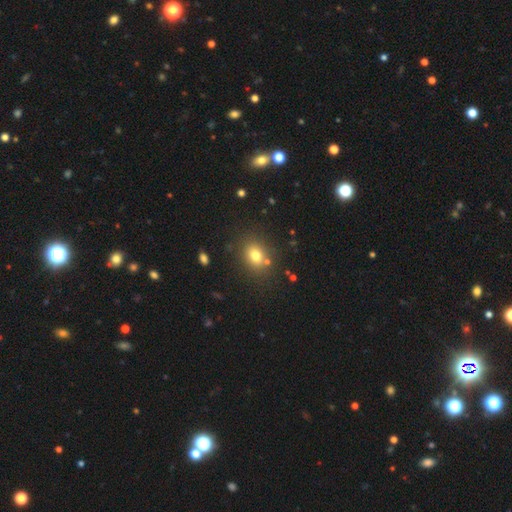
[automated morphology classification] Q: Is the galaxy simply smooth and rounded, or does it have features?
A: smooth — 76%.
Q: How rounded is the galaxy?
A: round — 53%.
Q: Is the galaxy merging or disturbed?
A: none — 78%.